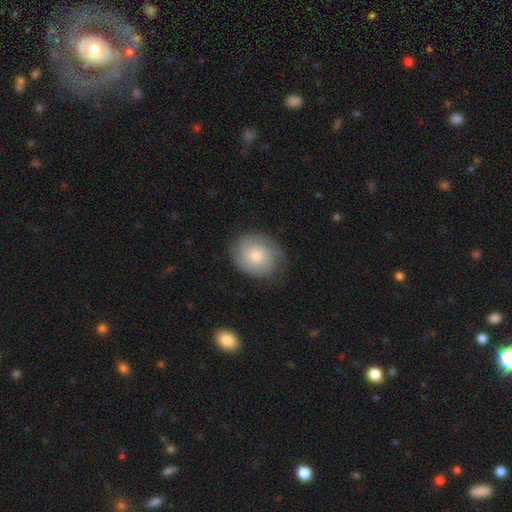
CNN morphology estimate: This is likely a featured or disk galaxy (62%). It is clearly not viewed edge-on (98%). Bar: likely no (78%). Spiral arm pattern: clearly yes (92%). Spiral arm count: marginally 2 (32%). Spiral winding: likely tight (63%). Central bulge: possibly moderate (56%). Merging: likely none (76%).